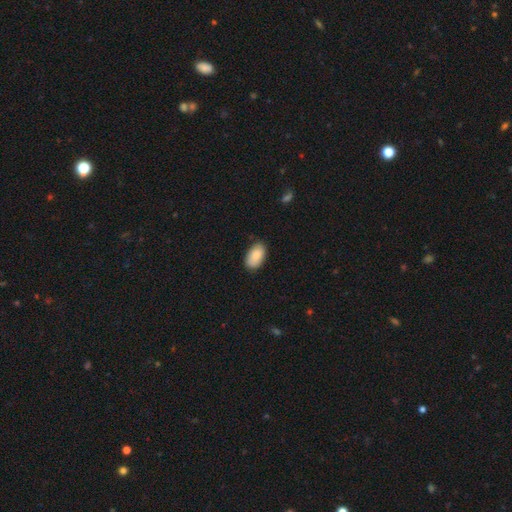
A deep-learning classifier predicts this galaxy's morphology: Smooth or featured? Predicted: smooth (p=0.88). How rounded? Predicted: in between (p=0.95). Merging? Predicted: none (p=0.81).